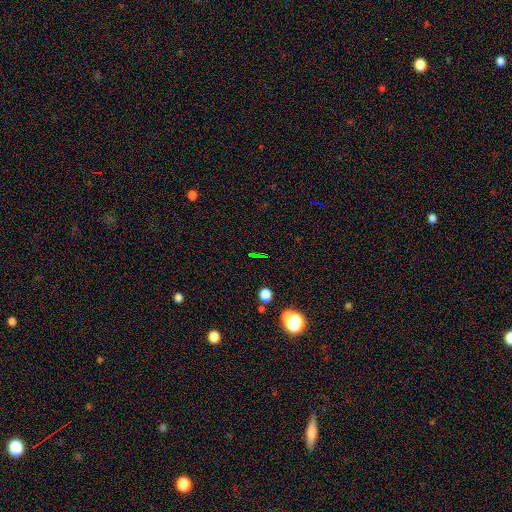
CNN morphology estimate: Smooth or featured? star or artifact (63%)